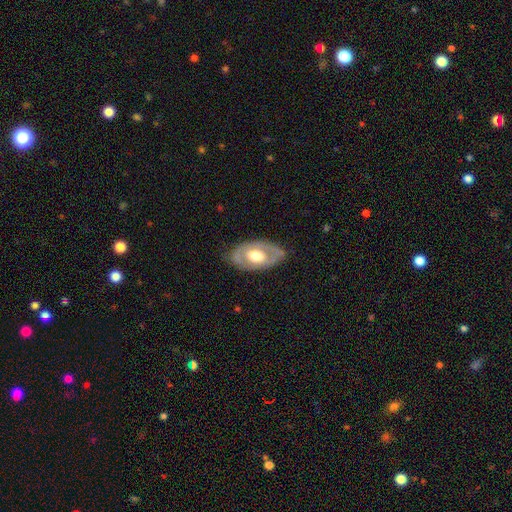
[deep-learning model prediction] This appears to be a featured or disk galaxy (56%). Merging: none (74%).